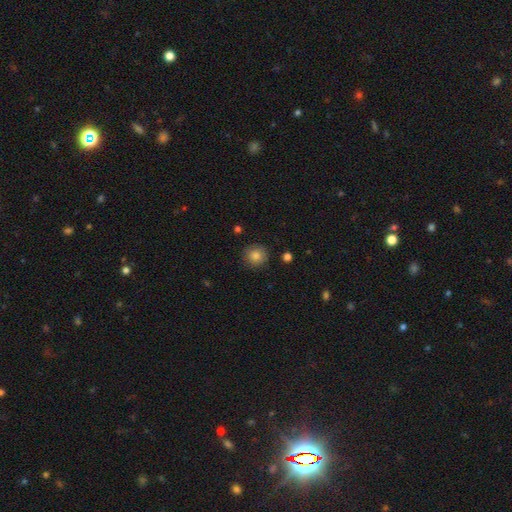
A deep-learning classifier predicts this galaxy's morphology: Smooth or featured?
  - smooth: 83% *
  - star or artifact: 10%
  - featured or disk: 7%
How rounded?
  - round: 93% *
  - in between: 6%
  - cigar-shaped: 1%
Merging?
  - none: 87% *
  - minor disturbance: 10%
  - major disturbance: 2%
  - merger: 1%